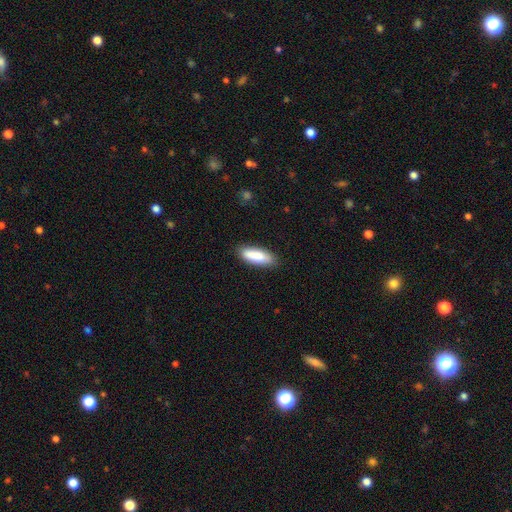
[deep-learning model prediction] smooth-or-featured: smooth: 87% | featured or disk: 8% | star or artifact: 6%
  how-rounded: in between: 58% | cigar-shaped: 40% | round: 2%
  merging: none: 85% | minor disturbance: 12% | major disturbance: 2% | merger: 1%